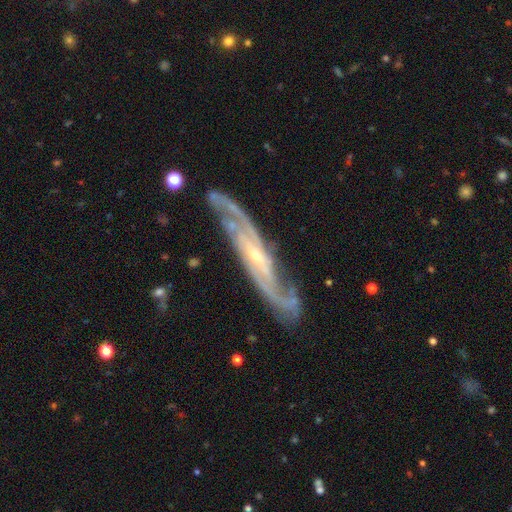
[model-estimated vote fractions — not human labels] This appears to be a featured or disk galaxy (91%) with no bar (39%), 2 (74%) medium (49%) spiral arms (98%) and a small central bulge (73%). Merging: none (79%).